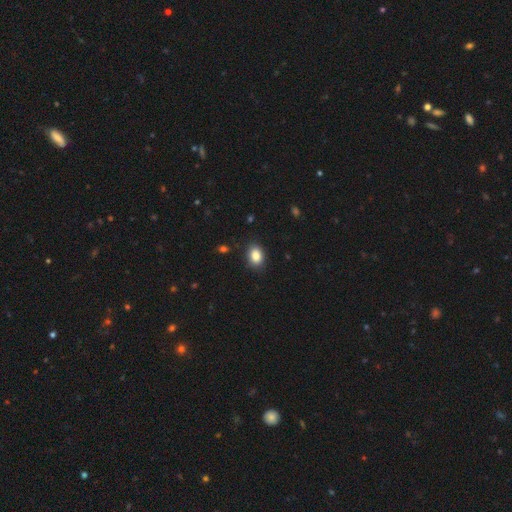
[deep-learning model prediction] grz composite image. It shows a smooth galaxy with no disk features (86%) that is in between round and cigar-shaped (75%). Merging: none (87%).